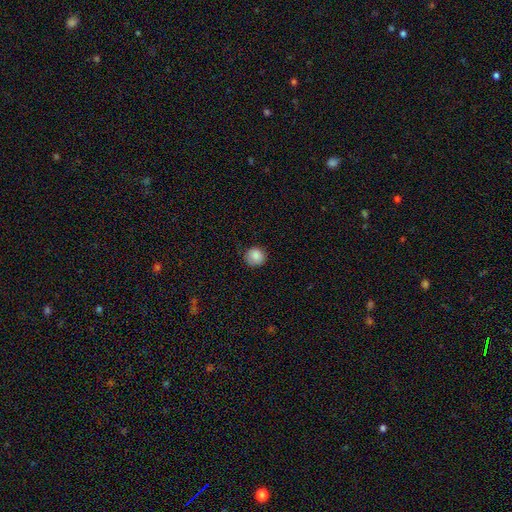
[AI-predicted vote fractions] Smooth or featured? smooth (86%)
How rounded? round (92%)
Merging? none (81%)